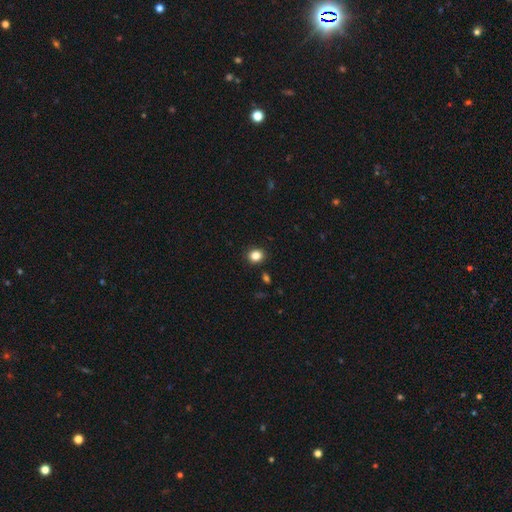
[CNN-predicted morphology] Overall: smooth (84%). How rounded: round (78%). Merging: none (90%).